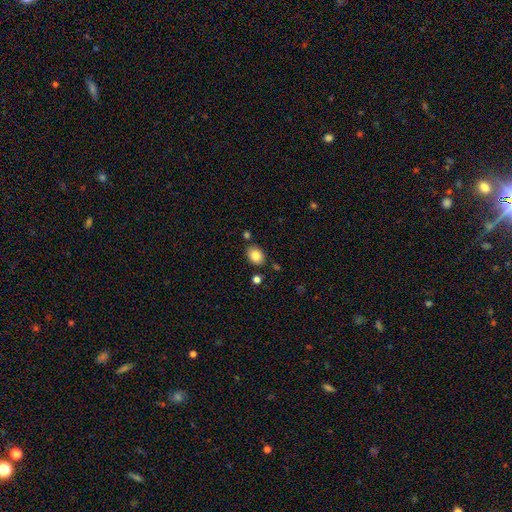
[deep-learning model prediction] This is clearly a smooth galaxy (85%). How rounded: likely in between (69%). Merging: clearly none (81%).